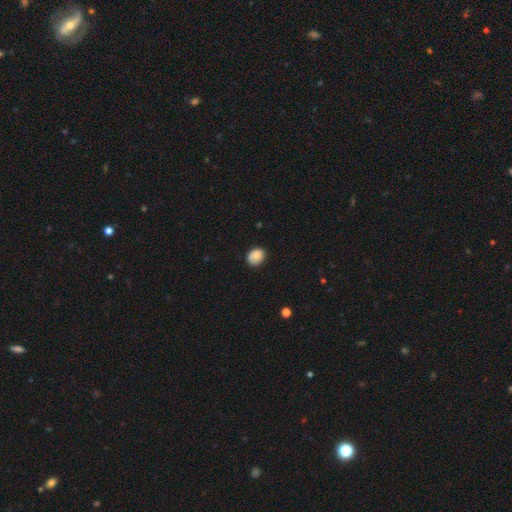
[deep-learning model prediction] Overall: smooth (85%). How rounded: in between (52%; round 47%). Merging: none (77%).